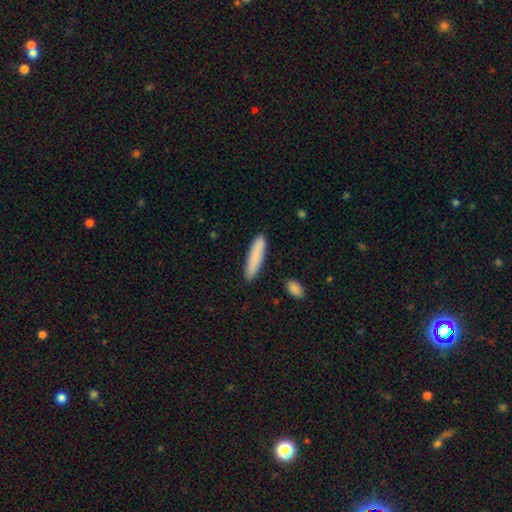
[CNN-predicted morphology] The model was most divided on "how rounded": cigar-shaped: 86%, in between: 13%, round: 1%. More confident: merging — none (89%); smooth or featured — smooth (85%).